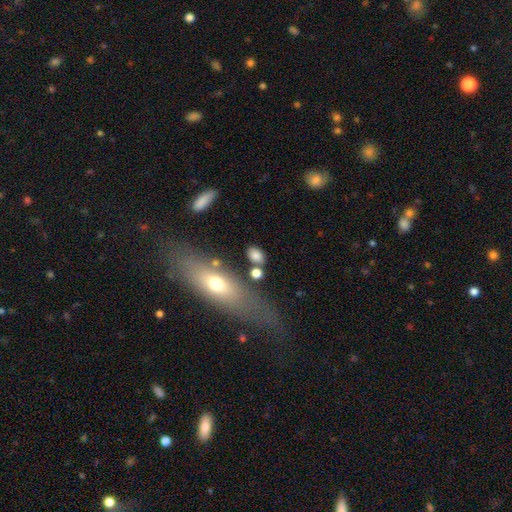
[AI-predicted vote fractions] smooth-or-featured: smooth: 79% | featured or disk: 12% | star or artifact: 9%
  how-rounded: in between: 73% | round: 22% | cigar-shaped: 6%
  merging: none: 70% | minor disturbance: 13% | merger: 10% | major disturbance: 6%